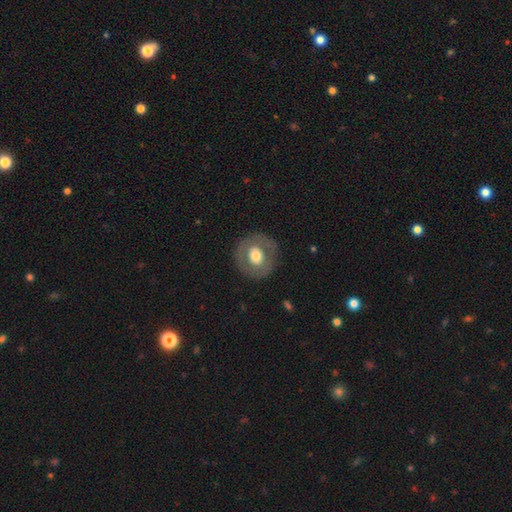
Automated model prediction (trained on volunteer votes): Smooth or featured?
  - smooth: 54% *
  - featured or disk: 39%
  - star or artifact: 6%
How rounded?
  - round: 85% *
  - in between: 14%
  - cigar-shaped: 1%
Merging?
  - none: 84% *
  - minor disturbance: 10%
  - major disturbance: 5%
  - merger: 1%